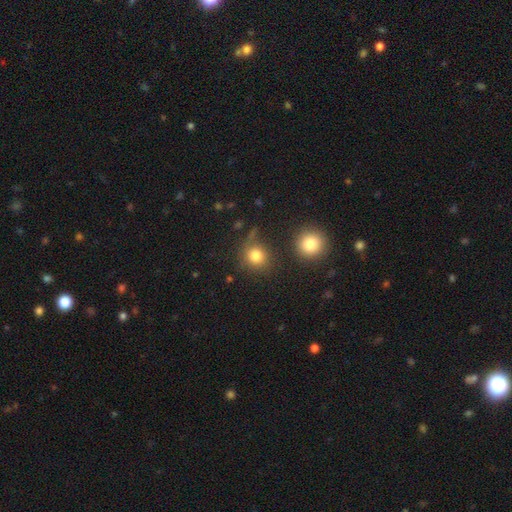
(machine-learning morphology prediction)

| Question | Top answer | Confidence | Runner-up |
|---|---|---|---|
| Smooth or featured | smooth | 80% | star or artifact (13%) |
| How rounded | round | 86% | in between (13%) |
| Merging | none | 75% | minor disturbance (12%) |